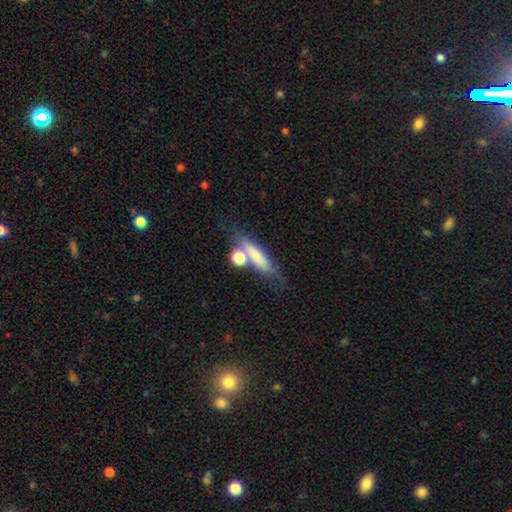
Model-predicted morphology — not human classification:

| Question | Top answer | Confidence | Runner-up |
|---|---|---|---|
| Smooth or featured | smooth | 67% | featured or disk (24%) |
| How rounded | cigar-shaped | 56% | in between (31%) |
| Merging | none | 47% | merger (25%) |